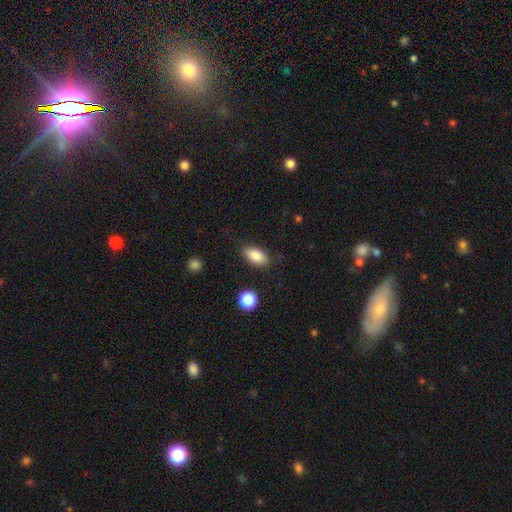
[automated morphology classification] Q: Smooth or featured?
A: smooth (87%); runner-up: star or artifact (7%)
Q: How rounded?
A: in between (89%); runner-up: cigar-shaped (6%)
Q: Merging?
A: none (83%); runner-up: minor disturbance (12%)